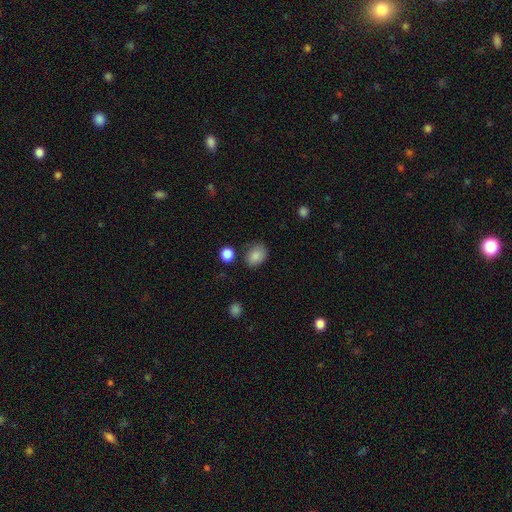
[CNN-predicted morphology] smooth 85%, star or artifact 9%, featured or disk 6%. Down the decision tree: how rounded — in between (65%); merging — none (75%).